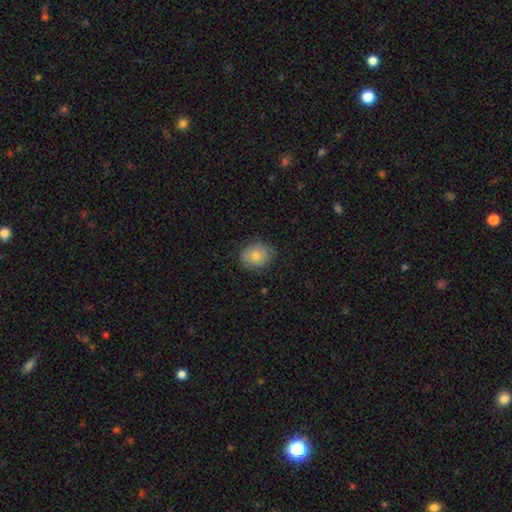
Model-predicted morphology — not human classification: type=smooth (76%); roundness=round (66%); merging=none (80%).